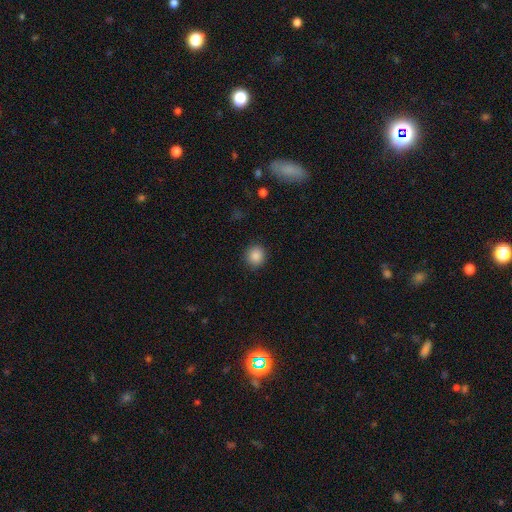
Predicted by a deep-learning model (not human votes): A smooth galaxy with no disk features (88%) that is round (88%). Merging: none (90%).